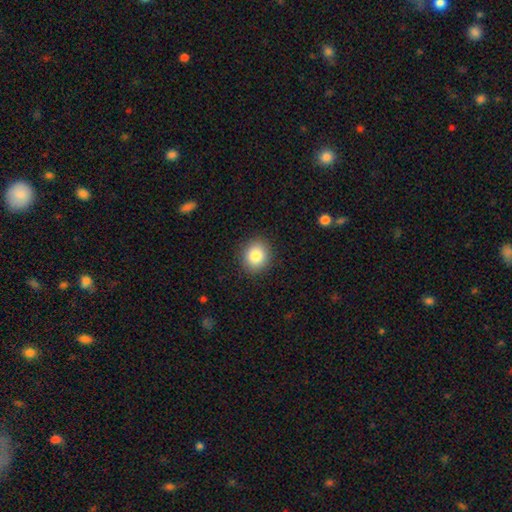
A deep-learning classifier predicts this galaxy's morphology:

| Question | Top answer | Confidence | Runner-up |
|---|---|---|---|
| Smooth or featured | smooth | 84% | star or artifact (9%) |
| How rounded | round | 77% | in between (22%) |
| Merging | none | 90% | minor disturbance (7%) |